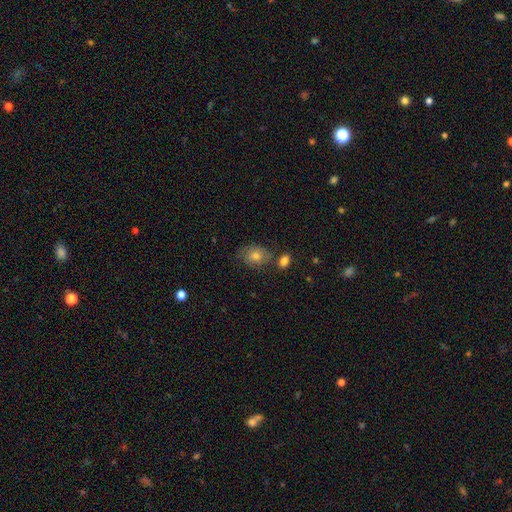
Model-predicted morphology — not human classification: type=smooth (63%); roundness=in between (61%); merging=none (66%).